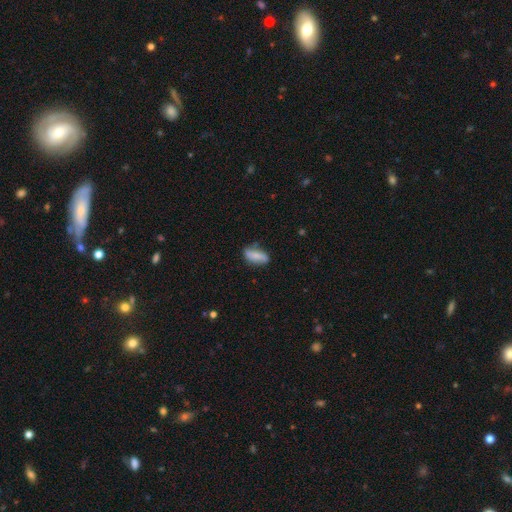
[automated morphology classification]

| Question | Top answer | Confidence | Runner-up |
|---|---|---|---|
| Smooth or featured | smooth | 69% | featured or disk (23%) |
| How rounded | in between | 77% | cigar-shaped (20%) |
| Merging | none | 68% | minor disturbance (24%) |